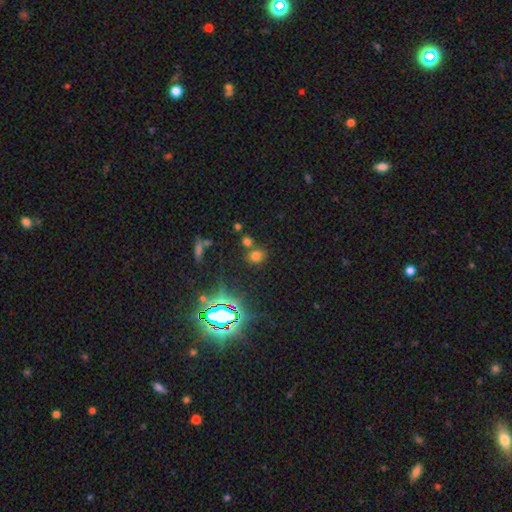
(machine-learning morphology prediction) smooth-or-featured: smooth: 60% | star or artifact: 33% | featured or disk: 7%
  how-rounded: round: 75% | in between: 23% | cigar-shaped: 2%
  merging: none: 70% | merger: 17% | minor disturbance: 9% | major disturbance: 4%